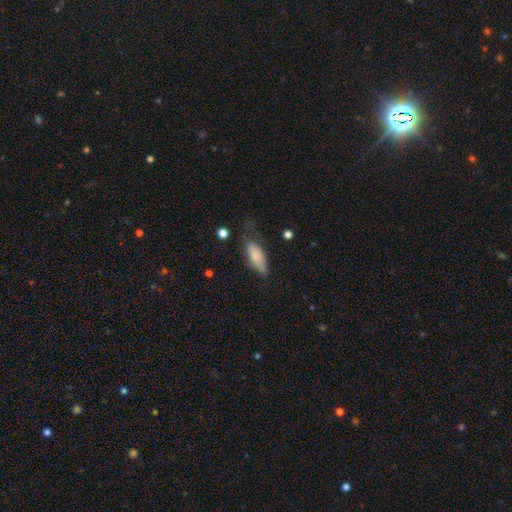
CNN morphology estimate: A smooth galaxy with no disk features (79%) that is in between round and cigar-shaped (74%). Merging: none (47%).